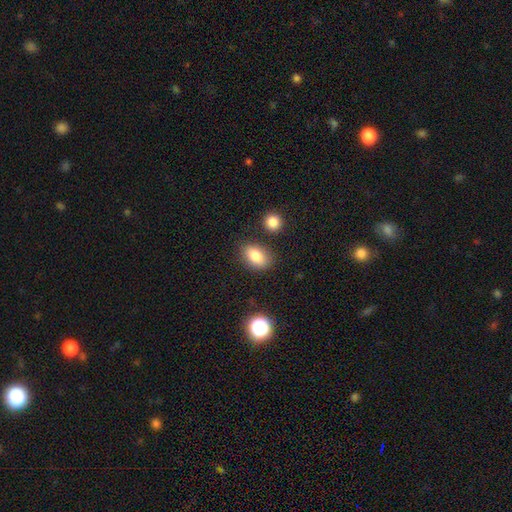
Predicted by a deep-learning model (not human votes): A smooth galaxy with no disk features (81%) that is in between round and cigar-shaped (85%).

Vote fractions:
- Smooth or featured? smooth: 81% / featured or disk: 10% / star or artifact: 9%
- How rounded? in between: 85% / round: 13% / cigar-shaped: 2%
- Merging? none: 80% / minor disturbance: 12% / merger: 5% / major disturbance: 3%